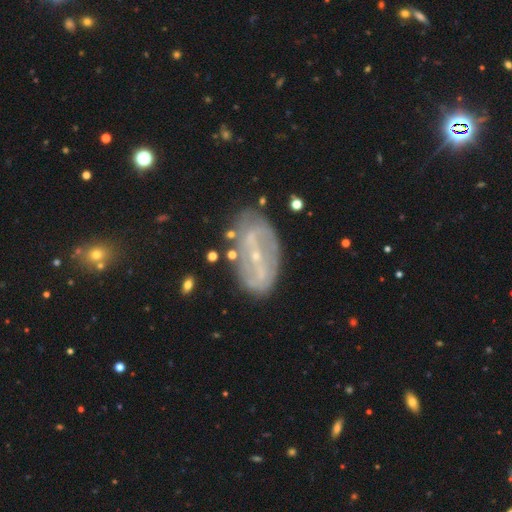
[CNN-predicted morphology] type=featured or disk (78%); edge-on=no (91%); bar=strong (47%); spiral arms=yes (70%); winding=medium (35%); arm count=2 (66%); bulge=small (85%); merging=none (74%).